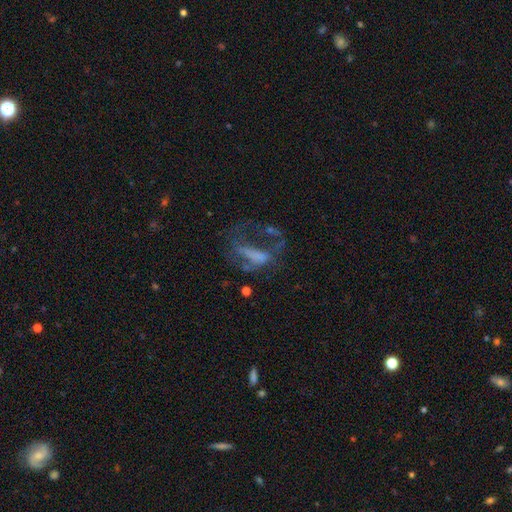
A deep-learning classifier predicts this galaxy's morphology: A featured or disk galaxy (52%).

Vote fractions:
- Smooth or featured? featured or disk: 52% / smooth: 30% / star or artifact: 18%
- Edge-on disk? no: 91% / yes: 9%
- Merging? major disturbance: 53% / none: 25% / minor disturbance: 13% / merger: 8%